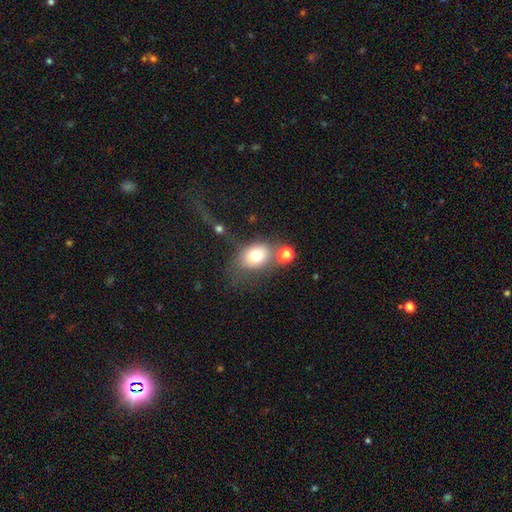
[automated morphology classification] The model was most divided on "how rounded": in between: 61%, round: 38%, cigar-shaped: 1%. Remaining: smooth or featured — smooth (73%); merging — none (46%).